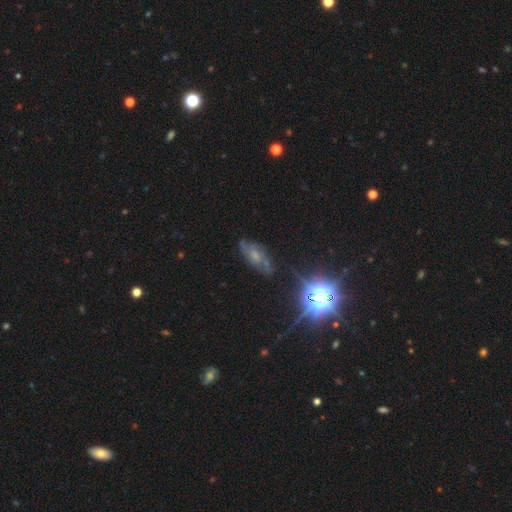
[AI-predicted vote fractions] Smooth or featured?
  - featured or disk: 46% *
  - star or artifact: 31%
  - smooth: 23%
Merging?
  - none: 66% *
  - minor disturbance: 21%
  - major disturbance: 10%
  - merger: 3%